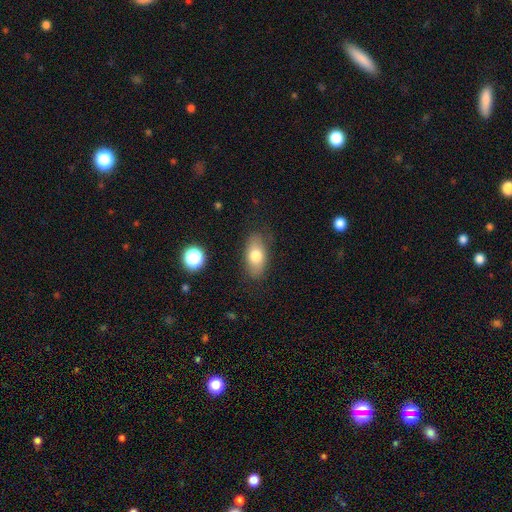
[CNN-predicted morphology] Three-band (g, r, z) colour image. It shows a smooth galaxy with no disk features (74%) that is in between round and cigar-shaped (88%). Merging: none (82%).